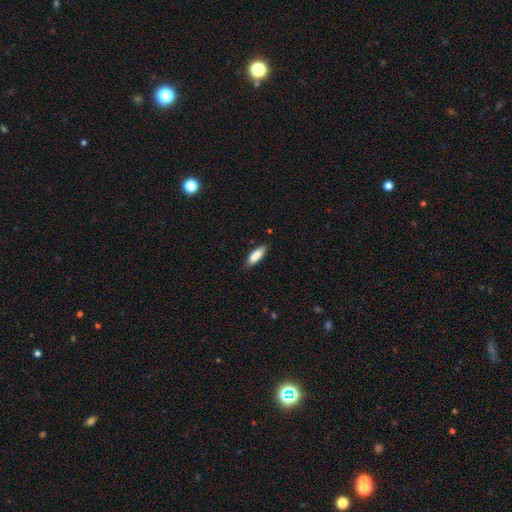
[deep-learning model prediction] This appears to be a smooth galaxy with no disk features (85%) that is in between round and cigar-shaped (51%). Merging: none (83%).